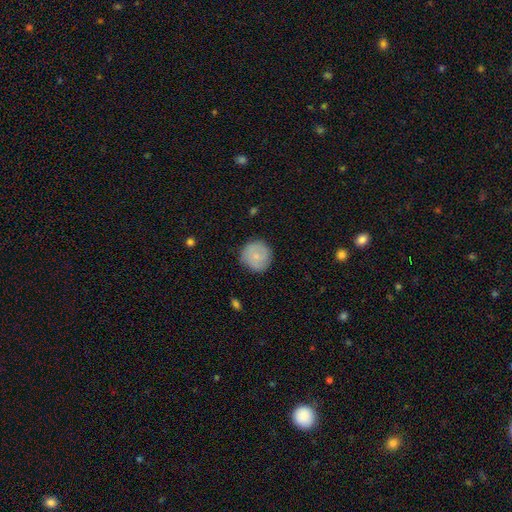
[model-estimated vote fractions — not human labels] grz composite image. It shows a smooth galaxy with no disk features (71%) that is round (93%). Merging: none (83%).